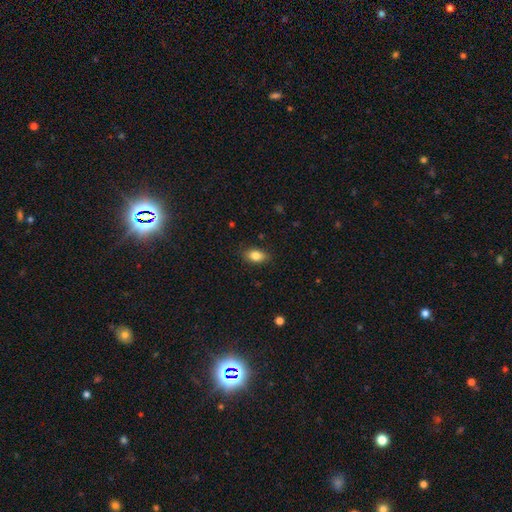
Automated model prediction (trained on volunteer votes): A smooth galaxy with no disk features (84%) that is in between round and cigar-shaped (87%). Merging: none (86%).